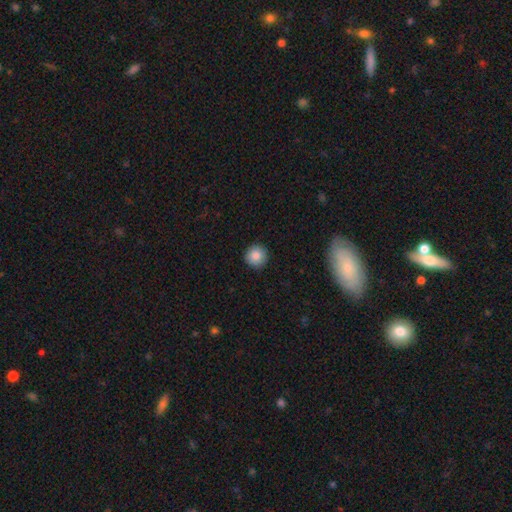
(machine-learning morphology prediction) type=smooth (86%); roundness=round (95%); merging=none (92%).